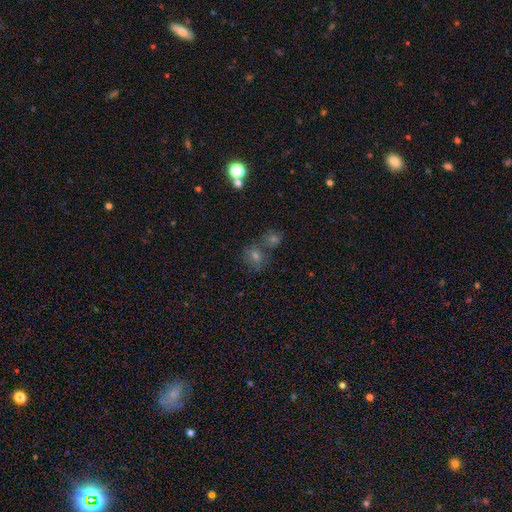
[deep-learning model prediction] The model was most divided on "smooth or featured": smooth: 47%, star or artifact: 36%, featured or disk: 17%. More confident: merging — none (60%).